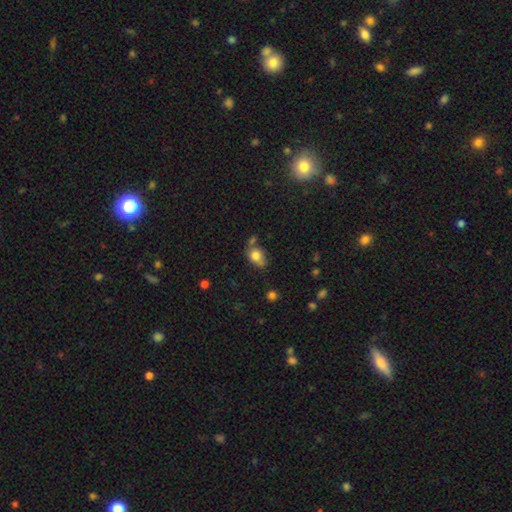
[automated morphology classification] Smooth or featured? smooth (78%)
How rounded? in between (53%)
Merging? none (51%)